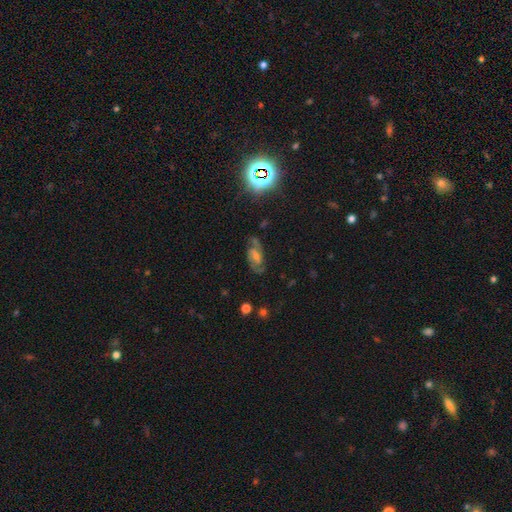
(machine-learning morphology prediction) Smooth or featured: featured or disk — 69% (star or artifact — 17%)
Edge-on disk: no — 95% (yes — 5%)
Bar: weak — 45% (no — 37%)
Spiral arms: yes — 94% (no — 6%)
Spiral winding: medium — 53% (tight — 27%)
Spiral arm count: 2 — 88% (can't tell — 6%)
Bulge size: moderate — 43% (small — 40%)
Merging: none — 75% (minor disturbance — 16%)